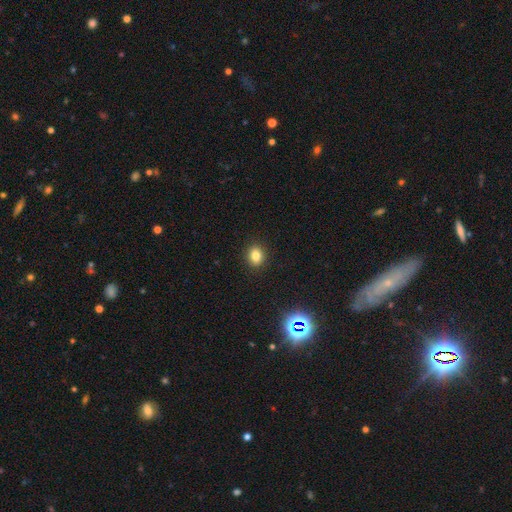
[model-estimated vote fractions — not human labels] Morphology: type=smooth (81%); roundness=round (60%); merging=none (90%).